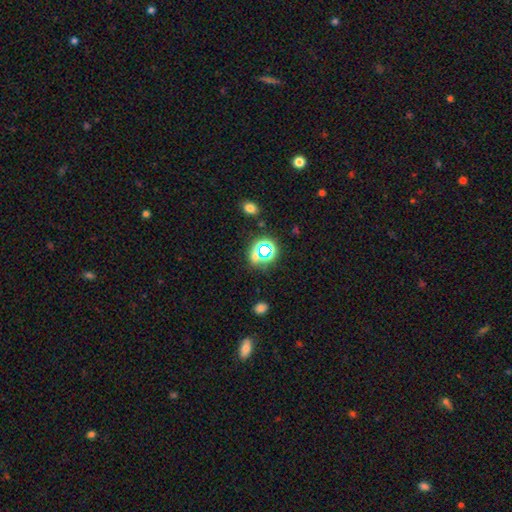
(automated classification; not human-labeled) Smooth or featured?
  - star or artifact: 61% *
  - smooth: 30%
  - featured or disk: 9%